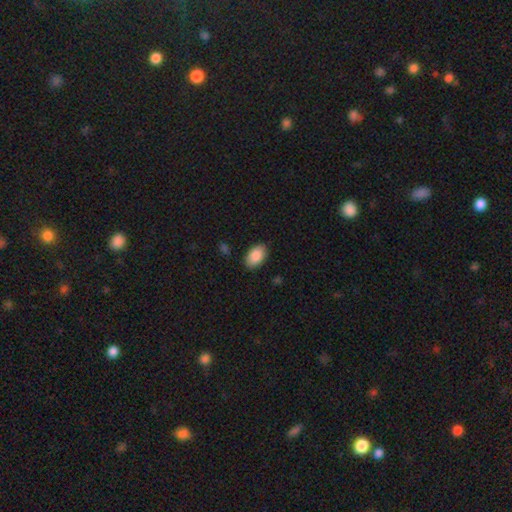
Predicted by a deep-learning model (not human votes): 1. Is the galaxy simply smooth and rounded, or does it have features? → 89% smooth, 6% star or artifact, 5% featured or disk.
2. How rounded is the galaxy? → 93% in between, 6% round, 1% cigar-shaped.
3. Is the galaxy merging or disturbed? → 86% none, 10% minor disturbance, 2% major disturbance, 1% merger.